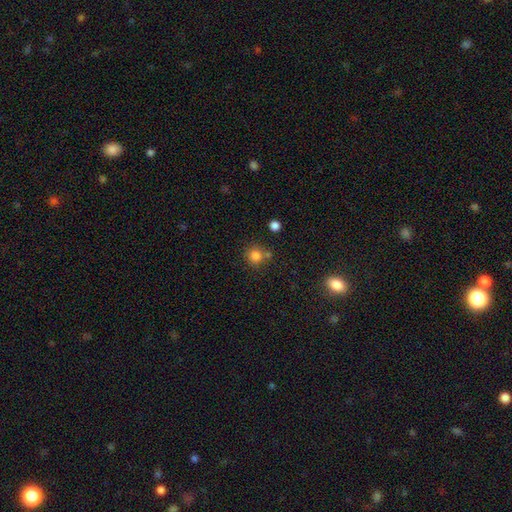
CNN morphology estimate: Smooth or featured? smooth (82%)
How rounded? round (91%)
Merging? none (70%)